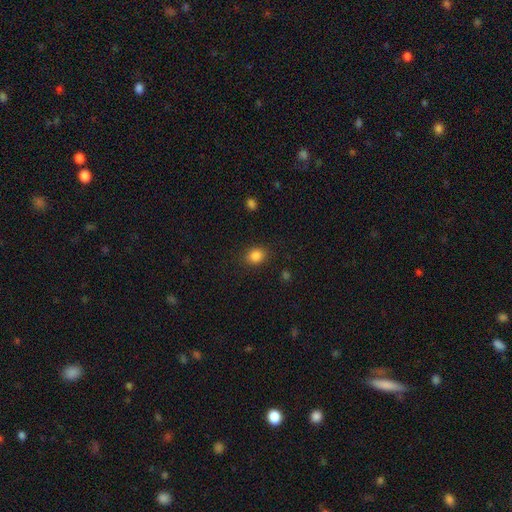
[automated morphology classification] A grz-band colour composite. It shows a smooth galaxy with no disk features (86%) that is round (58%). Merging: none (86%).